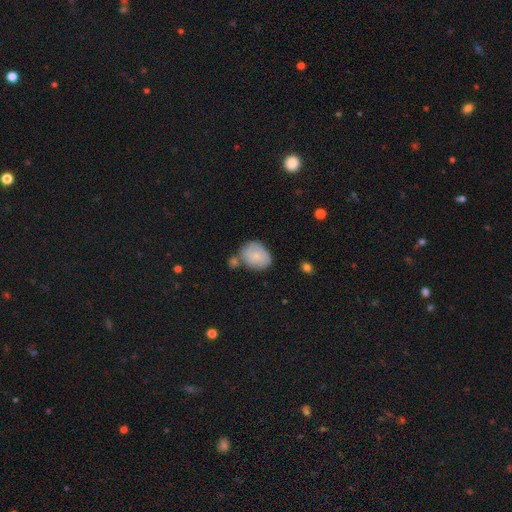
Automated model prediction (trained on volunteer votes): Smooth or featured? Predicted: smooth (p=0.73). How rounded? Predicted: in between (p=0.56). Merging? Predicted: none (p=0.48).